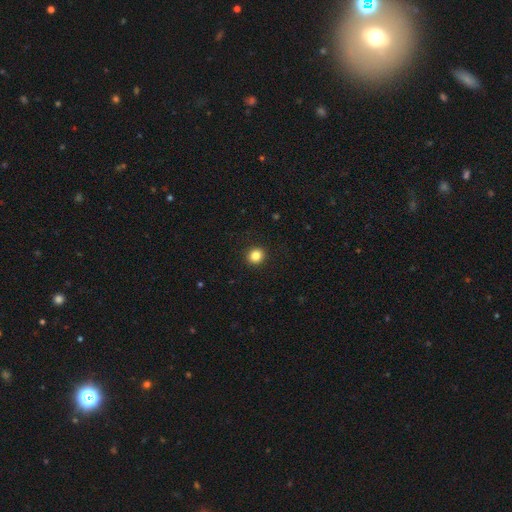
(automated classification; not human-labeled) A smooth galaxy with no disk features (84%) that is round (89%). Merging: none (93%).